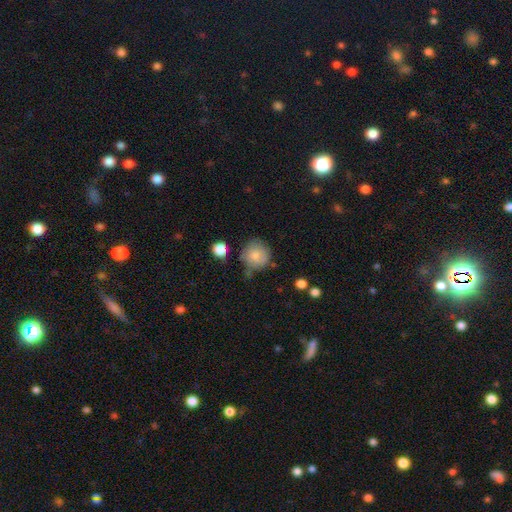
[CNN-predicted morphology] Overall: smooth (78%). How rounded: round (89%). Merging: none (60%; minor disturbance 26%).